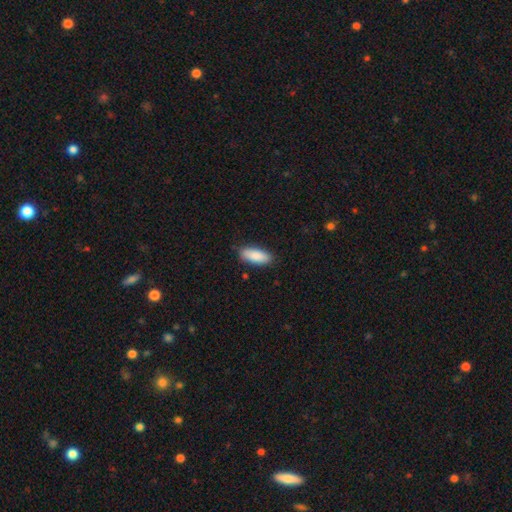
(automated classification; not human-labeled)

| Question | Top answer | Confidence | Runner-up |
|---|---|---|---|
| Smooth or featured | smooth | 89% | star or artifact (6%) |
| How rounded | in between | 76% | cigar-shaped (22%) |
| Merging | none | 85% | minor disturbance (12%) |